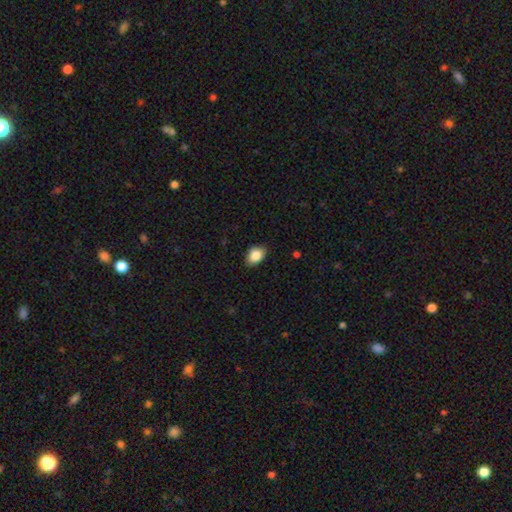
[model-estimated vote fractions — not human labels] Smooth or featured? Predicted: smooth (p=0.87). How rounded? Predicted: in between (p=0.77). Merging? Predicted: none (p=0.84).